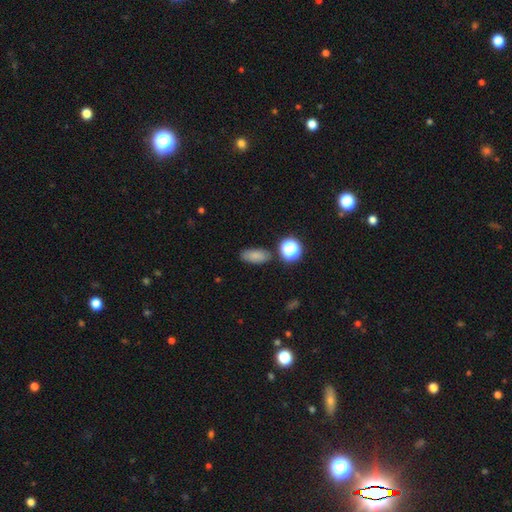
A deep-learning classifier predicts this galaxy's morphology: Overall: smooth (79%). How rounded: in between (84%). Merging: none (79%).